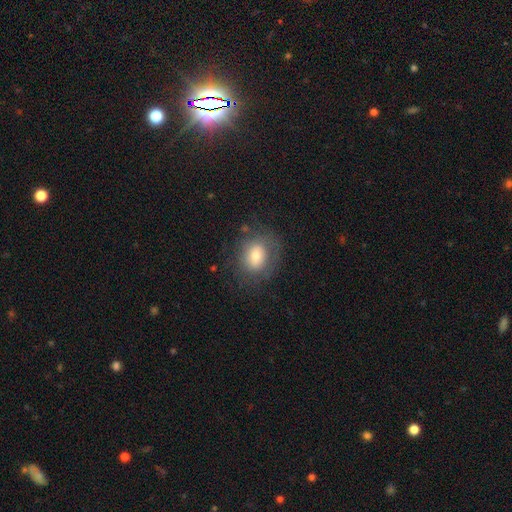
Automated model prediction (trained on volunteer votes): Smooth or featured? smooth (67%)
How rounded? in between (55%)
Merging? none (70%)